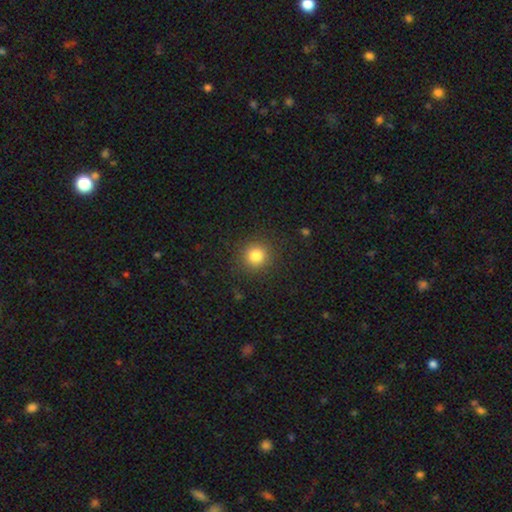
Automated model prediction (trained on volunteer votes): A smooth galaxy with no disk features (83%) that is round (93%). Merging: none (89%).